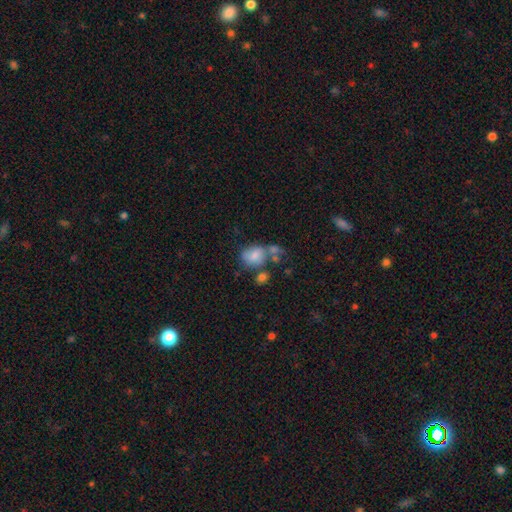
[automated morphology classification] The model was most divided on "merging": none: 35%, merger: 33%, minor disturbance: 19%, major disturbance: 13%. More confident: smooth or featured — smooth (74%); how rounded — in between (62%).